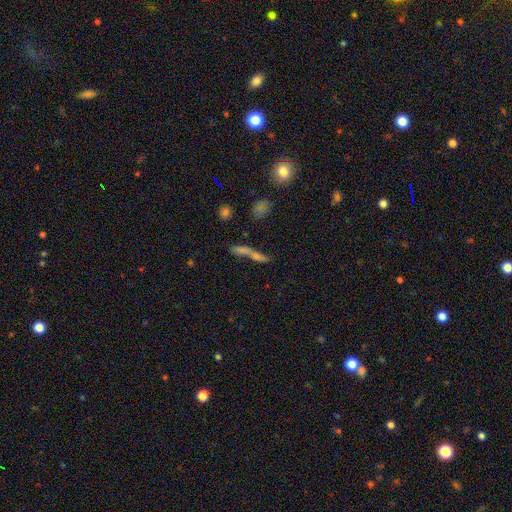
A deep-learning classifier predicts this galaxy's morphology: Smooth or featured? smooth (49%)
Merging? none (49%)